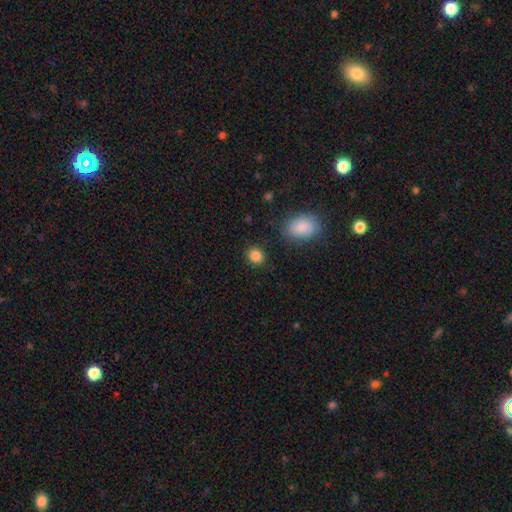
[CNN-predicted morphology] This is clearly a smooth galaxy (86%). How rounded: likely round (69%). Merging: clearly none (87%).